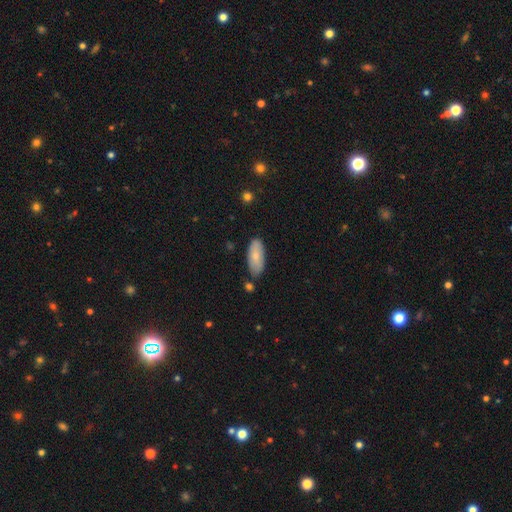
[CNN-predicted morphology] A smooth galaxy with no disk features (75%) that is in between round and cigar-shaped (81%).

Vote fractions:
- Smooth or featured? smooth: 75% / featured or disk: 19% / star or artifact: 6%
- How rounded? in between: 81% / cigar-shaped: 17% / round: 2%
- Merging? none: 78% / minor disturbance: 15% / merger: 4% / major disturbance: 3%